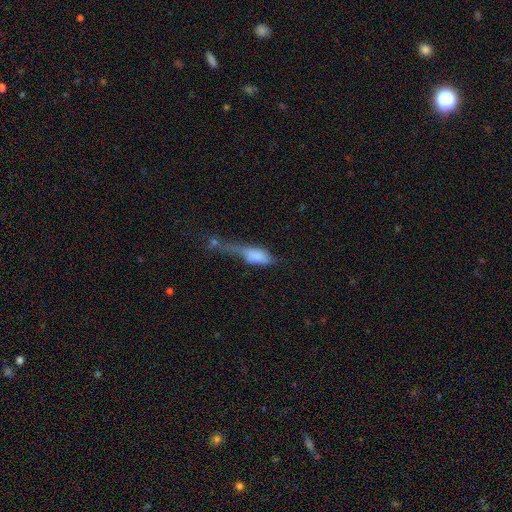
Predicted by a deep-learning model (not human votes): The model was most divided on "merging": major disturbance: 41%, minor disturbance: 23%, merger: 20%, none: 16%. More confident: how rounded — in between (70%); smooth or featured — smooth (66%).